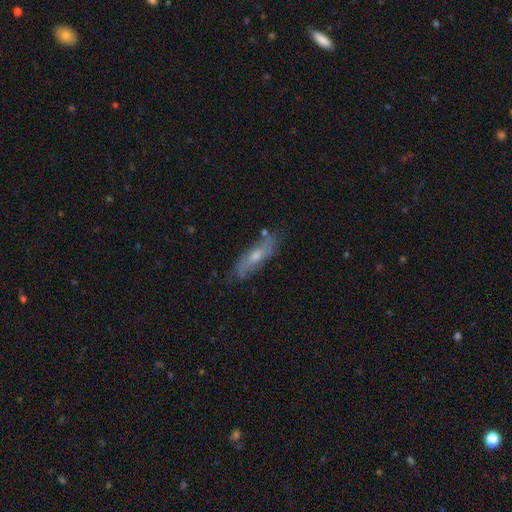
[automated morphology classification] The model was most divided on "edge-on disk": no: 55%, yes: 45%. More confident: merging — none (75%); smooth or featured — featured or disk (54%).